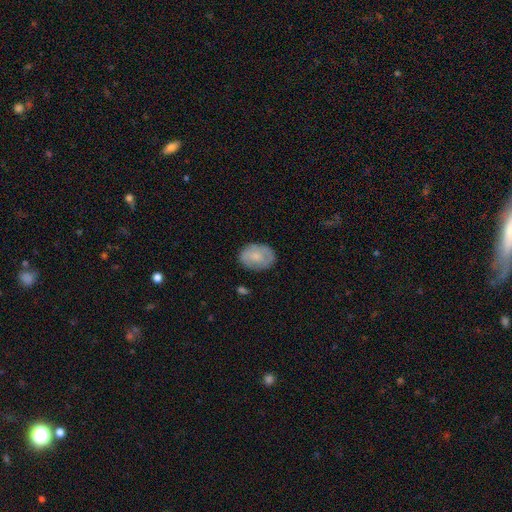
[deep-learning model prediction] Smooth or featured?
  - smooth: 57% *
  - featured or disk: 36%
  - star or artifact: 7%
How rounded?
  - in between: 74% *
  - round: 24%
  - cigar-shaped: 1%
Merging?
  - none: 76% *
  - minor disturbance: 18%
  - major disturbance: 5%
  - merger: 2%